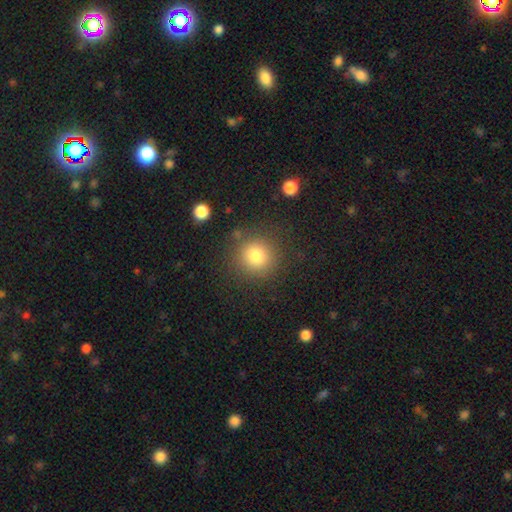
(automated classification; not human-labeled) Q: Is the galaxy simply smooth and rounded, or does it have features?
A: smooth — 80%.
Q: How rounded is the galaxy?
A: round — 93%.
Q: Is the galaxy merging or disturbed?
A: none — 85%.